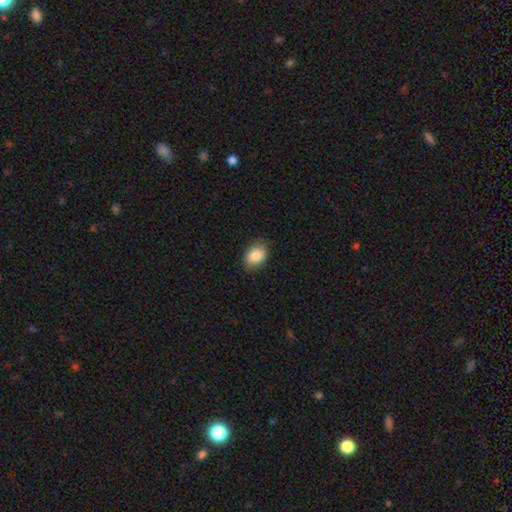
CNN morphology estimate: Smooth or featured? Predicted: smooth (p=0.86). How rounded? Predicted: in between (p=0.81). Merging? Predicted: none (p=0.85).